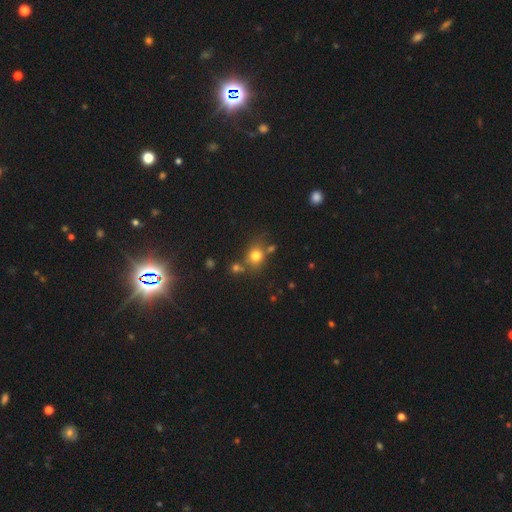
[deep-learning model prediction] Smooth or featured?
  - smooth: 76% *
  - star or artifact: 15%
  - featured or disk: 10%
How rounded?
  - round: 73% *
  - in between: 26%
  - cigar-shaped: 1%
Merging?
  - none: 65% *
  - merger: 16%
  - minor disturbance: 14%
  - major disturbance: 5%